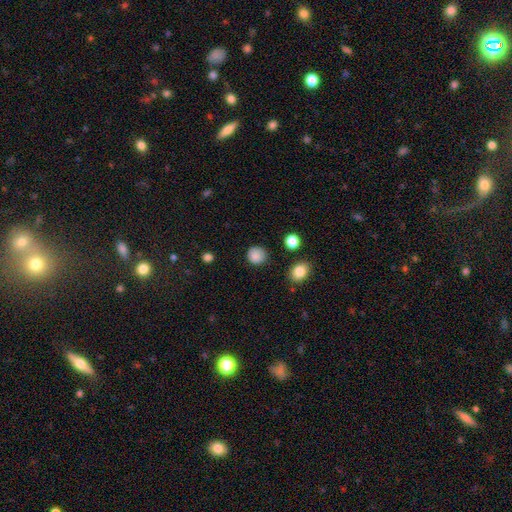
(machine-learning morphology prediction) Smooth or featured? smooth (86%)
How rounded? round (90%)
Merging? none (85%)